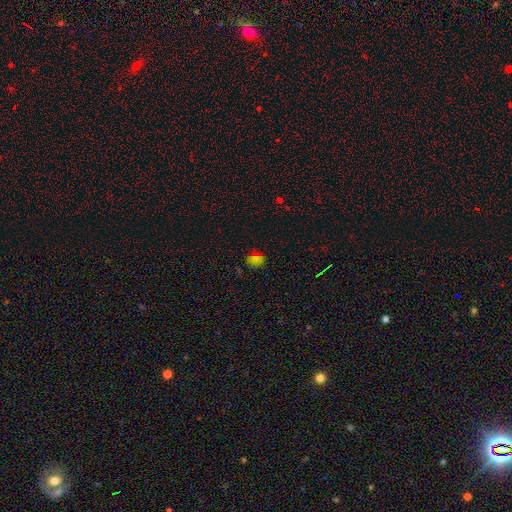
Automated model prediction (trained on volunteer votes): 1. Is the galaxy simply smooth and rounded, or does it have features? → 63% smooth, 30% star or artifact, 7% featured or disk.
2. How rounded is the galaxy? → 68% in between, 31% round, 2% cigar-shaped.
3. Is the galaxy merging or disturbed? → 76% none, 16% minor disturbance, 5% major disturbance, 3% merger.